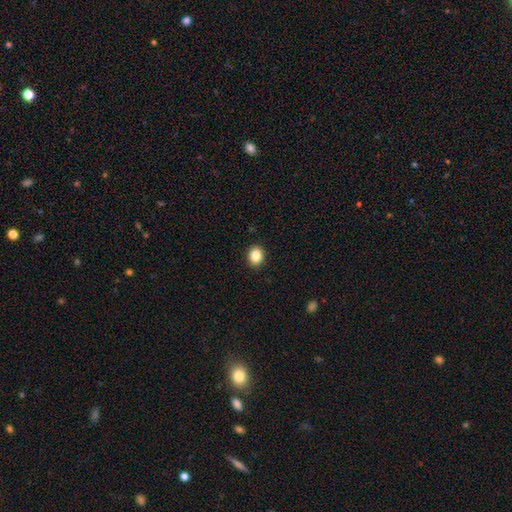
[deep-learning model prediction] Smooth or featured? Predicted: smooth (p=0.86). How rounded? Predicted: round (p=0.55). Merging? Predicted: none (p=0.91).